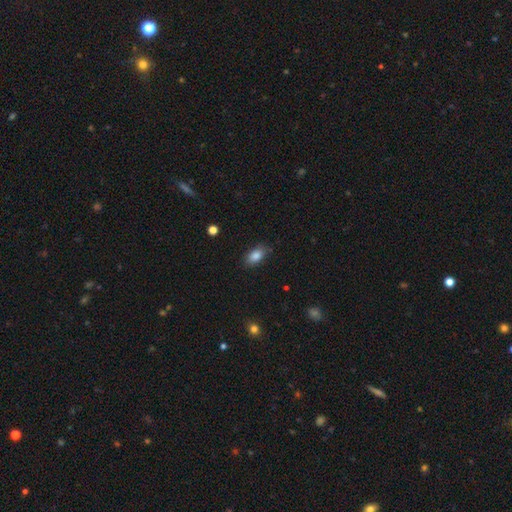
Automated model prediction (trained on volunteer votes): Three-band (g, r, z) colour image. It shows a smooth galaxy with no disk features (85%) that is in between round and cigar-shaped (90%). Merging: none (84%).